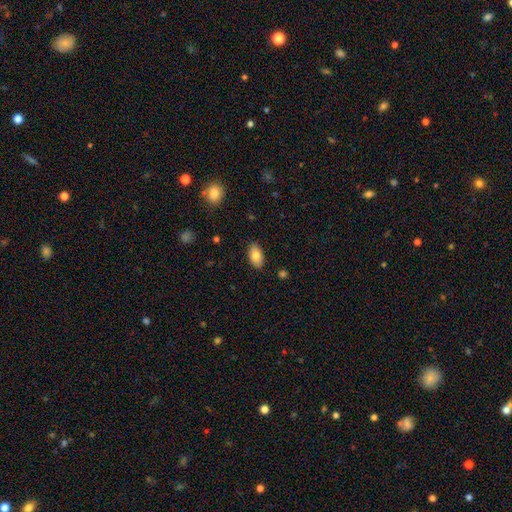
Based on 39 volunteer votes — This appears to be a smooth galaxy with no disk features (85%) that is in between round and cigar-shaped (97%). Merging: none (92%).